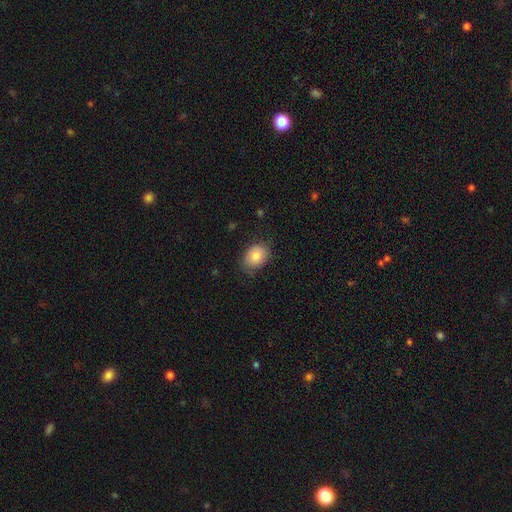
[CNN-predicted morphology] smooth-or-featured: smooth: 83% | featured or disk: 9% | star or artifact: 8%
  how-rounded: in between: 64% | round: 35% | cigar-shaped: 1%
  merging: none: 71% | minor disturbance: 23% | major disturbance: 5% | merger: 1%